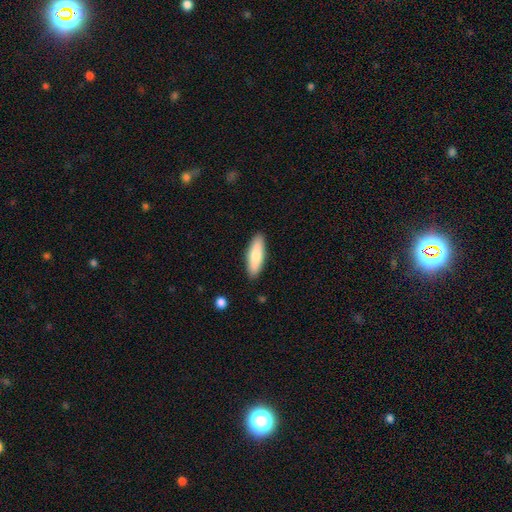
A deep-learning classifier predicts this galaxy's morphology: smooth_or_featured: smooth (p=0.76) [alt: featured or disk p=0.18]
how_rounded: in between (p=0.54) [alt: cigar-shaped p=0.44]
merging: none (p=0.89) [alt: minor disturbance p=0.08]